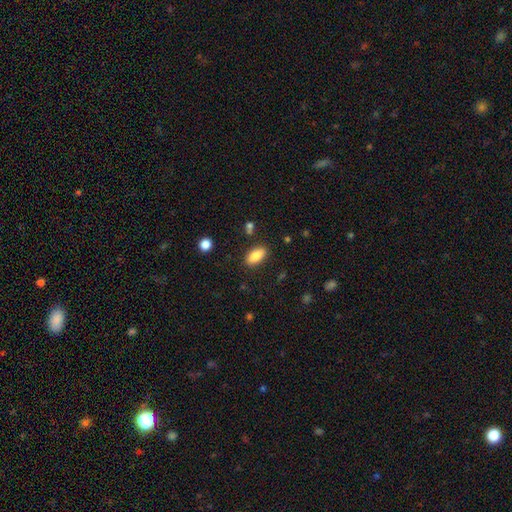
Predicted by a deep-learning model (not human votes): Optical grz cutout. It shows a smooth galaxy with no disk features (83%) that is in between round and cigar-shaped (90%). Merging: none (85%).